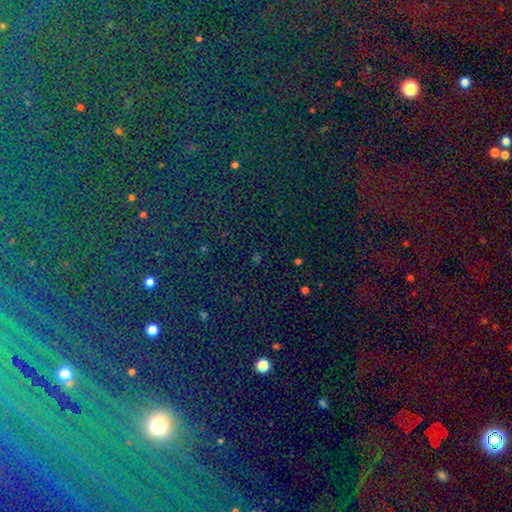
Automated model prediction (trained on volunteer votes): Smooth or featured? Predicted: star or artifact (p=0.78).